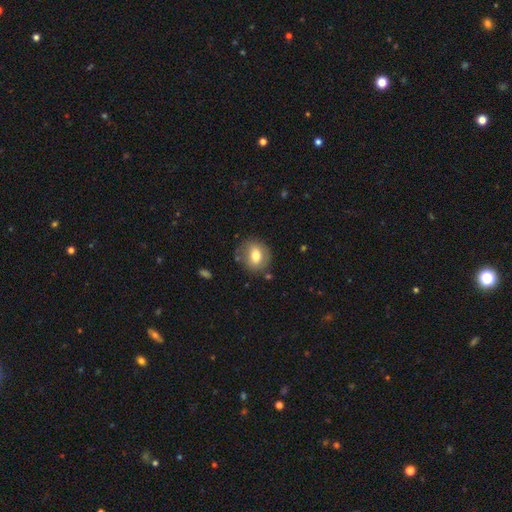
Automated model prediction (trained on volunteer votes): This is likely a smooth galaxy (70%). How rounded: likely round (65%). Merging: likely none (80%).